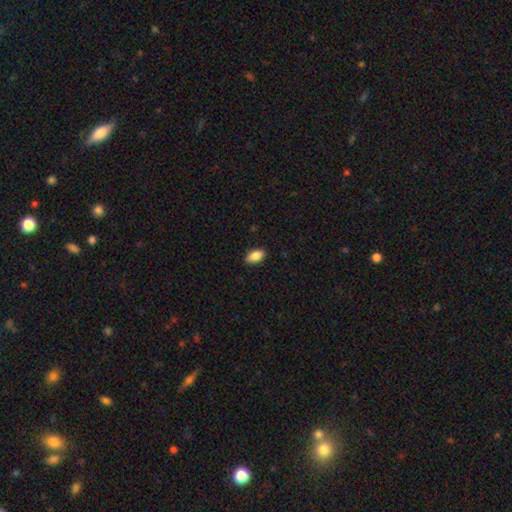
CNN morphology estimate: type=smooth (86%); roundness=in between (91%); merging=none (87%).